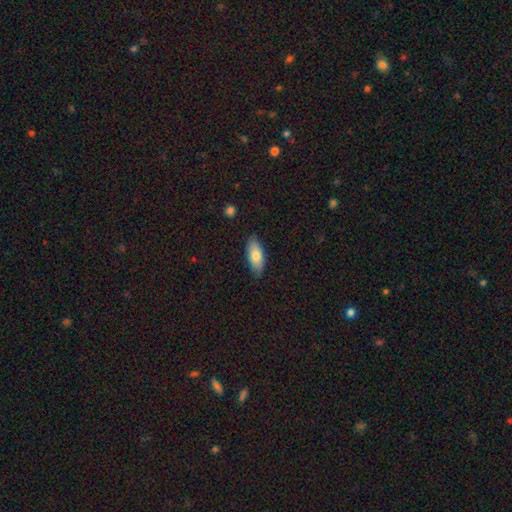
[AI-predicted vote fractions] Q: Smooth or featured?
A: smooth (79%); runner-up: featured or disk (15%)
Q: How rounded?
A: in between (82%); runner-up: cigar-shaped (16%)
Q: Merging?
A: none (85%); runner-up: minor disturbance (12%)